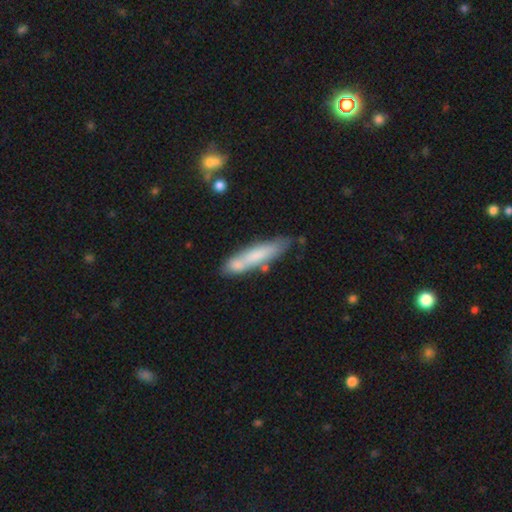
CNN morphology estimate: A smooth galaxy with no disk features (66%) that is cigar-shaped (82%).

Vote fractions:
- Smooth or featured? smooth: 66% / featured or disk: 27% / star or artifact: 6%
- How rounded? cigar-shaped: 82% / in between: 17% / round: 1%
- Merging? none: 63% / minor disturbance: 20% / merger: 12% / major disturbance: 5%